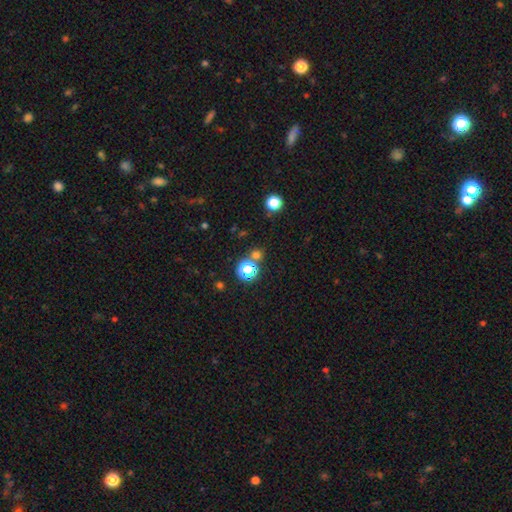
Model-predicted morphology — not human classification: smooth-or-featured: smooth: 51% | star or artifact: 42% | featured or disk: 8%
  how-rounded: round: 87% | in between: 12% | cigar-shaped: 1%
  merging: none: 74% | merger: 15% | minor disturbance: 8% | major disturbance: 4%